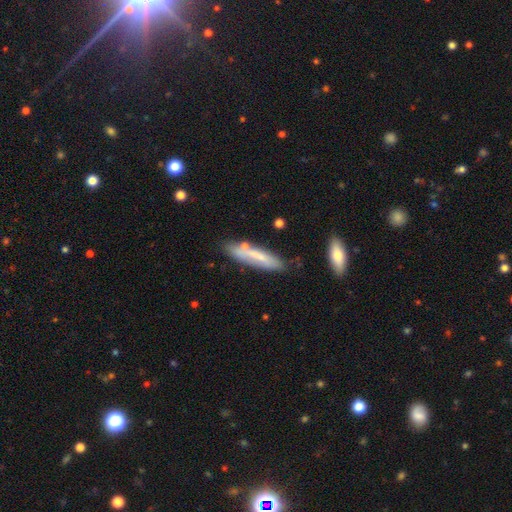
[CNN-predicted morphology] This is likely a smooth galaxy (61%). How rounded: likely cigar-shaped (78%). Merging: likely none (67%).